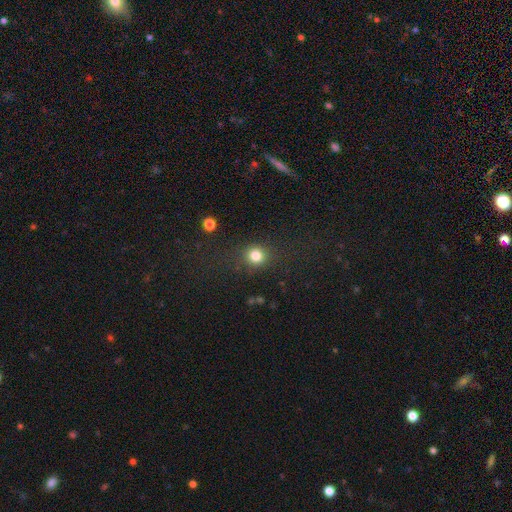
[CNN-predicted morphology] type=smooth (82%); roundness=round (85%); merging=none (82%).